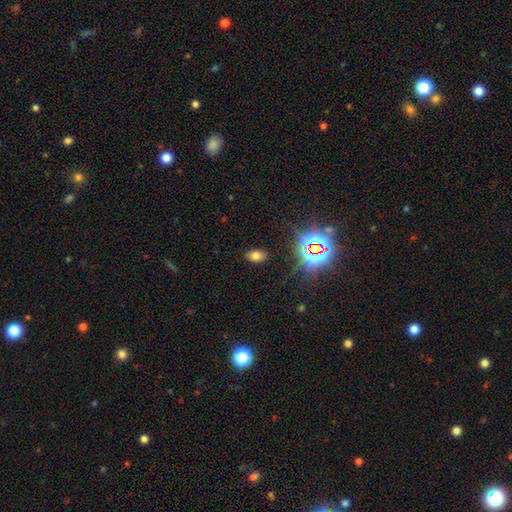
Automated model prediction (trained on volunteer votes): Smooth or featured? Predicted: smooth (p=0.67). How rounded? Predicted: in between (p=0.88). Merging? Predicted: none (p=0.86).